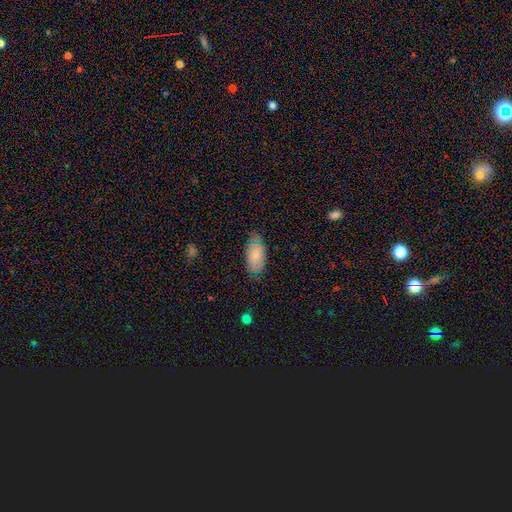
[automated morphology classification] A smooth galaxy with no disk features (81%) that is in between round and cigar-shaped (93%).

Vote fractions:
- Smooth or featured? smooth: 81% / featured or disk: 12% / star or artifact: 7%
- How rounded? in between: 93% / cigar-shaped: 5% / round: 2%
- Merging? none: 70% / minor disturbance: 23% / major disturbance: 5% / merger: 2%